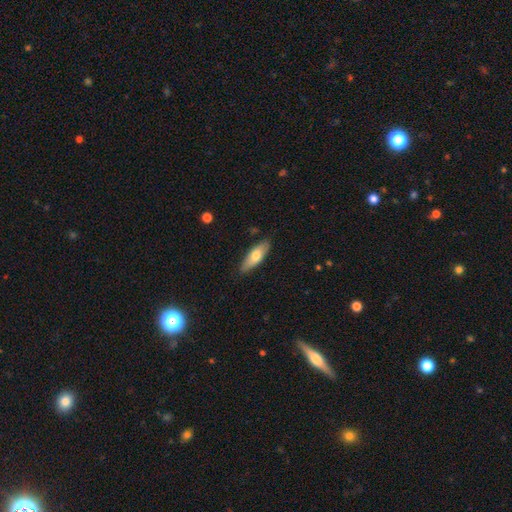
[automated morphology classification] Smooth or featured? Predicted: smooth (p=0.69). How rounded? Predicted: in between (p=0.62). Merging? Predicted: none (p=0.85).